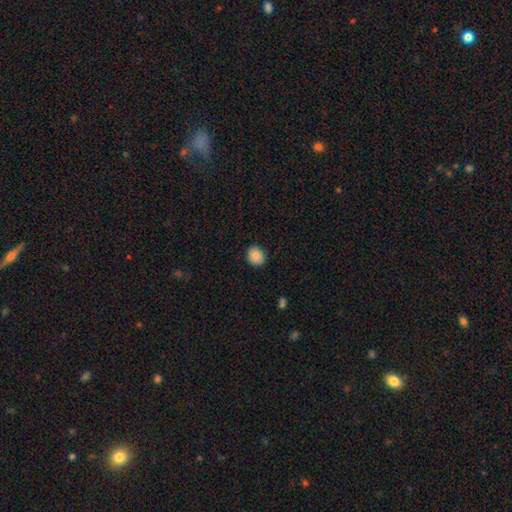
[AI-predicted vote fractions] Q: Smooth or featured?
A: smooth (86%); runner-up: star or artifact (9%)
Q: How rounded?
A: round (68%); runner-up: in between (31%)
Q: Merging?
A: none (89%); runner-up: minor disturbance (8%)